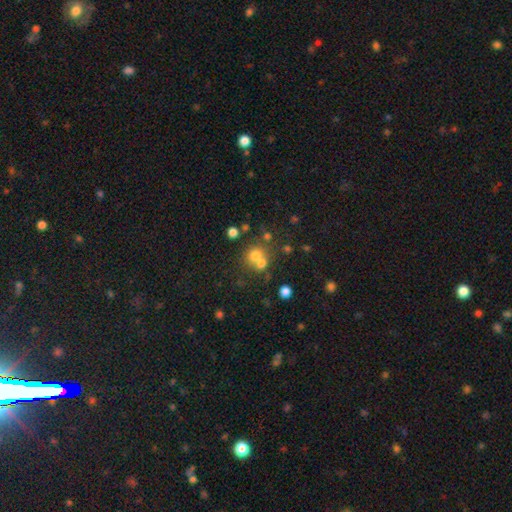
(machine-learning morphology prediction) smooth 68%, star or artifact 17%, featured or disk 15%. Down the decision tree: how rounded — round (80%); merging — merger (46%).